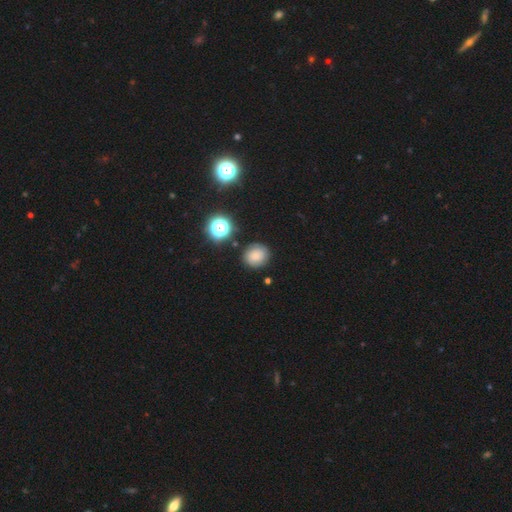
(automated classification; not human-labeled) This appears to be a smooth galaxy with no disk features (71%) that is round (85%). Merging: none (83%).